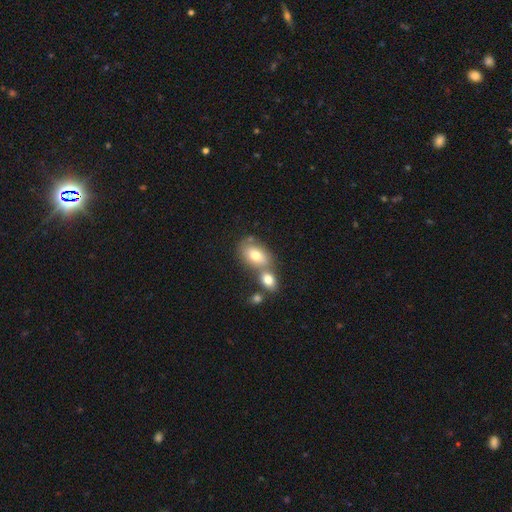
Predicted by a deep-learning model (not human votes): A smooth galaxy with no disk features (73%) that is in between round and cigar-shaped (84%). Merging: merger (47%).